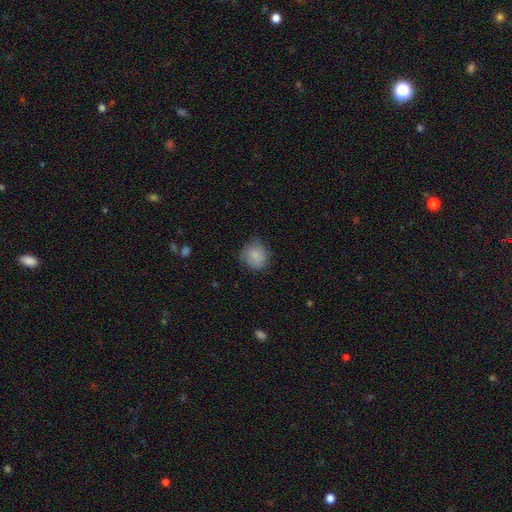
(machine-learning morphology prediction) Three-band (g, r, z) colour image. It shows a smooth galaxy with no disk features (82%) that is round (86%). Merging: none (74%).